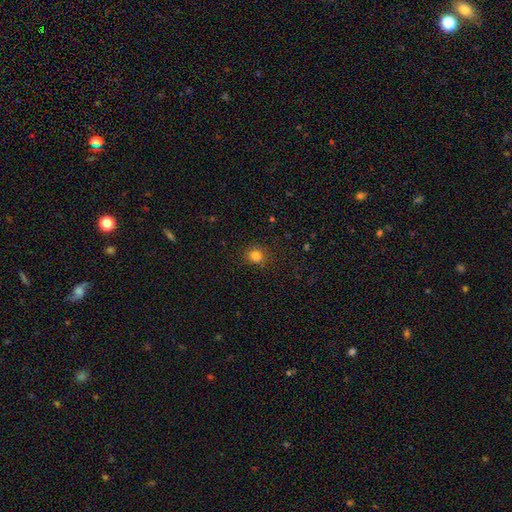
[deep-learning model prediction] Morphology: type=smooth (82%); roundness=round (85%); merging=none (87%).